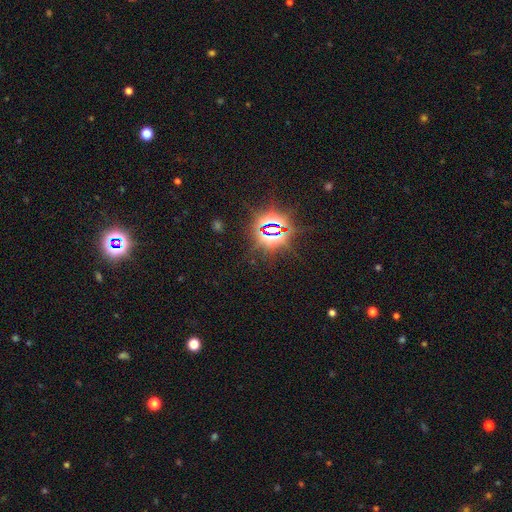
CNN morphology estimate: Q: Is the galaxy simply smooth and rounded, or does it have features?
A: star or artifact — 83%.